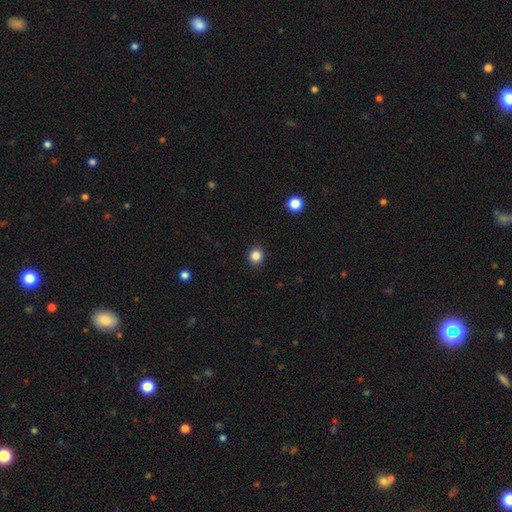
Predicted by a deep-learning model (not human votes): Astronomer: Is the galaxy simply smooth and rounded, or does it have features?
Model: smooth — 85%.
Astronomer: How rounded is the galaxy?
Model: round — 85%.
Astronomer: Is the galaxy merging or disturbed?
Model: none — 92%.